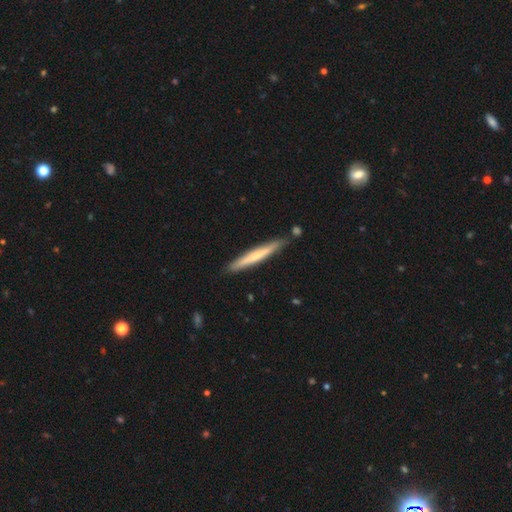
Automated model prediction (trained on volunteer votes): Smooth or featured: featured or disk — 54% (smooth — 39%)
Edge-on disk: yes — 95% (no — 5%)
Edge-on bulge: rounded — 50% (none — 43%)
Merging: none — 86% (minor disturbance — 10%)